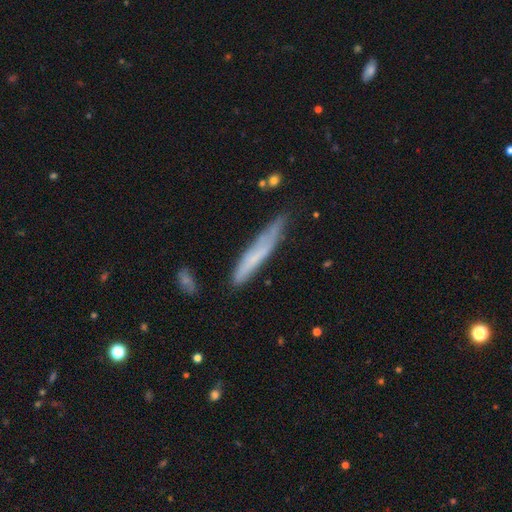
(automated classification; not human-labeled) The model was most divided on "smooth or featured": smooth: 56%, featured or disk: 36%, star or artifact: 8%. More confident: how rounded — cigar-shaped (93%); merging — none (69%).